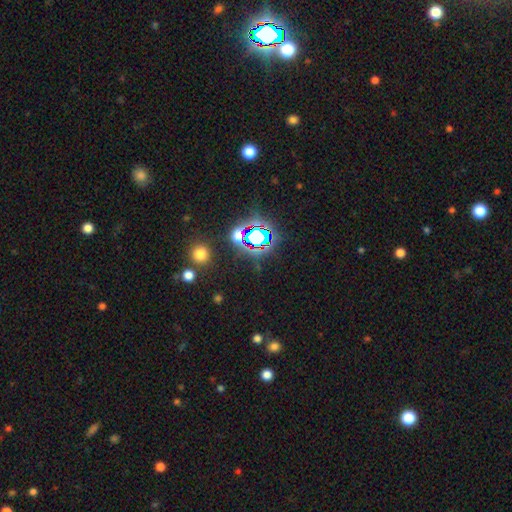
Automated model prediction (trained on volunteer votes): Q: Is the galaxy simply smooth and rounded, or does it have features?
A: star or artifact — 77%.